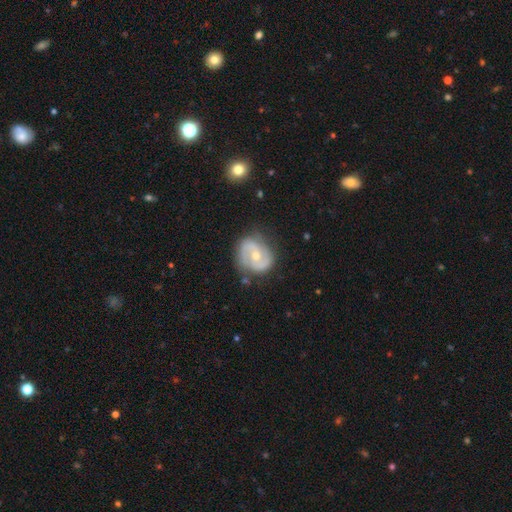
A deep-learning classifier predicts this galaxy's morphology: smooth_or_featured: featured or disk (p=0.80) [alt: smooth p=0.14]
disk_edge_on: no (p=0.98) [alt: yes p=0.02]
bar: no (p=0.56) [alt: weak p=0.34]
has_spiral_arms: yes (p=0.91) [alt: no p=0.09]
spiral_winding: medium (p=0.48) [alt: tight p=0.33]
spiral_arm_count: 2 (p=0.84) [alt: can't tell p=0.07]
bulge_size: moderate (p=0.54) [alt: small p=0.44]
merging: none (p=0.73) [alt: minor disturbance p=0.19]